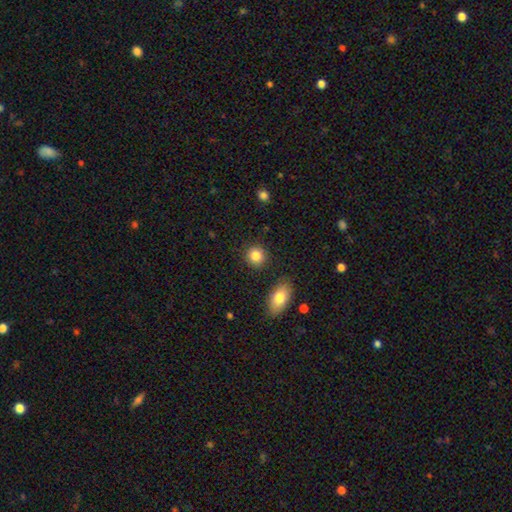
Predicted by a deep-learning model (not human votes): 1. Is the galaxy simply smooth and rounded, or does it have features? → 86% smooth, 9% star or artifact, 5% featured or disk.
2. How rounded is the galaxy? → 85% round, 14% in between, 1% cigar-shaped.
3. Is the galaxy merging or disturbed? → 88% none, 7% minor disturbance, 3% merger, 2% major disturbance.